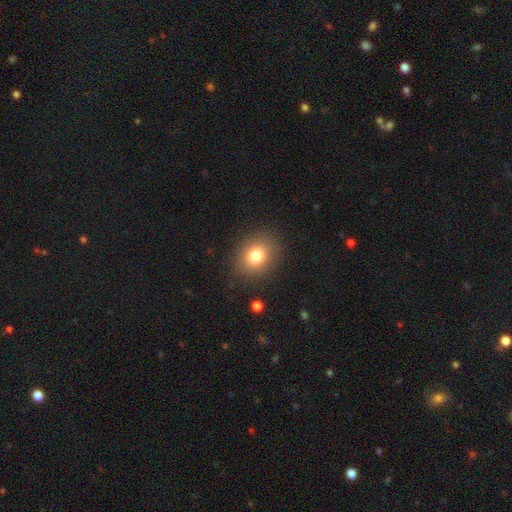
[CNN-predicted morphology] This is likely a smooth galaxy (80%). How rounded: possibly round (57%). Merging: clearly none (87%).